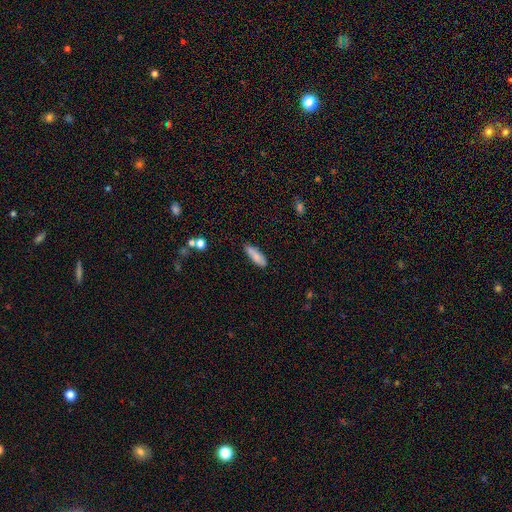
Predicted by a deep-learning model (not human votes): Q: Smooth or featured?
A: smooth (83%); runner-up: featured or disk (11%)
Q: How rounded?
A: cigar-shaped (50%); runner-up: in between (48%)
Q: Merging?
A: none (80%); runner-up: minor disturbance (15%)